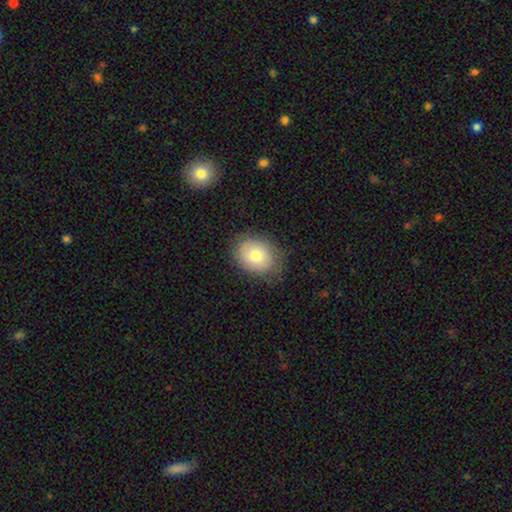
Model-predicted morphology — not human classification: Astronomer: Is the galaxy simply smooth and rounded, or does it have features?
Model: smooth — 76%.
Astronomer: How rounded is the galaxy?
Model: round — 54% (runner-up: in between, 45%).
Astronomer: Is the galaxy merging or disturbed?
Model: none — 77%.